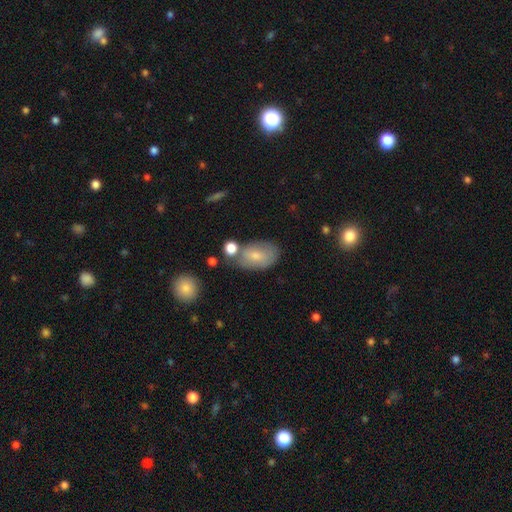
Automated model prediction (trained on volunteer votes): A smooth galaxy with no disk features (70%) that is in between round and cigar-shaped (89%). Merging: none (58%).